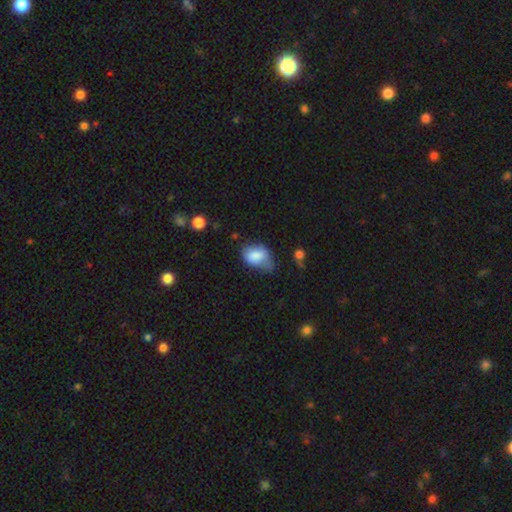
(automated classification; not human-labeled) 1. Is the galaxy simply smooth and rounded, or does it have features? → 79% smooth, 12% featured or disk, 8% star or artifact.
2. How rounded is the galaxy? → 81% in between, 18% round, 1% cigar-shaped.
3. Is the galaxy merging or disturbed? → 42% minor disturbance, 35% none, 17% major disturbance, 6% merger.